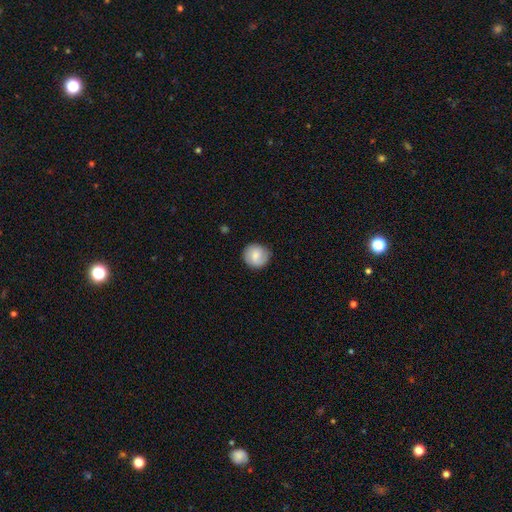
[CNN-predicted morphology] Smooth or featured?
  - smooth: 73% *
  - featured or disk: 20%
  - star or artifact: 7%
How rounded?
  - round: 91% *
  - in between: 8%
  - cigar-shaped: 1%
Merging?
  - none: 84% *
  - minor disturbance: 12%
  - major disturbance: 3%
  - merger: 1%